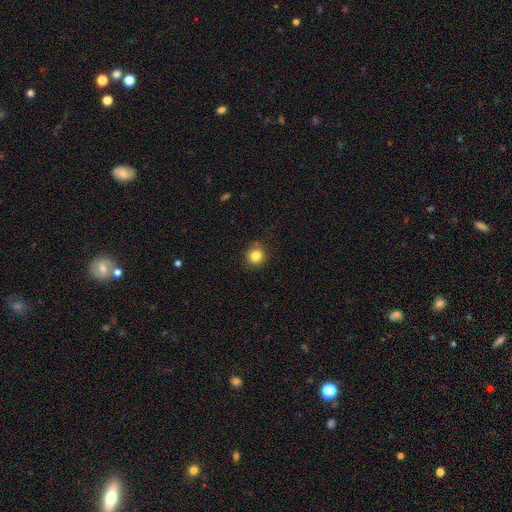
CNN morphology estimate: This is clearly a smooth galaxy (84%). How rounded: clearly round (89%). Merging: clearly none (86%).